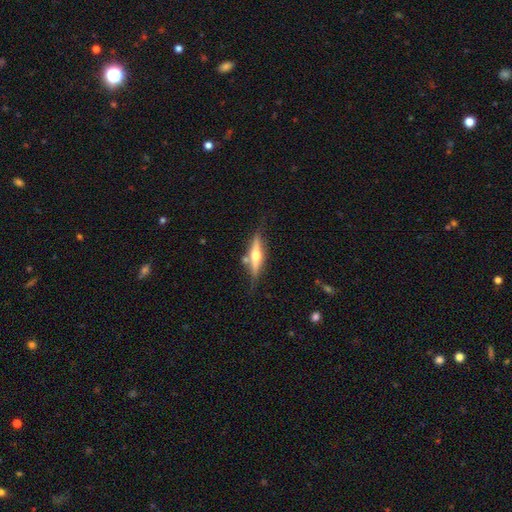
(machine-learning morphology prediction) smooth-or-featured: featured or disk: 67% | smooth: 27% | star or artifact: 6%
  disk-edge-on: yes: 95% | no: 5%
    edge-on-bulge: rounded: 92% | boxy: 4% | none: 4%
  merging: none: 74% | minor disturbance: 15% | merger: 7% | major disturbance: 4%